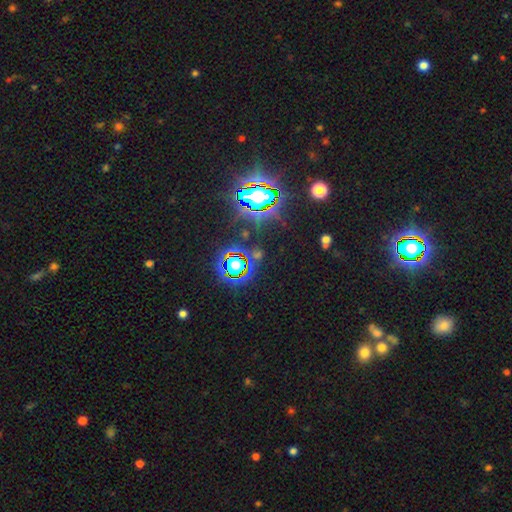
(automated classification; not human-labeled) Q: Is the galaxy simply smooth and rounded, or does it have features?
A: star or artifact — 80%.